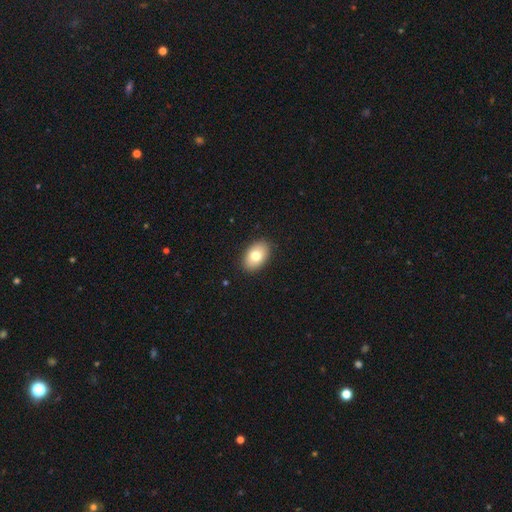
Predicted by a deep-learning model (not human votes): A smooth galaxy with no disk features (77%) that is in between round and cigar-shaped (89%).

Vote fractions:
- Smooth or featured? smooth: 77% / featured or disk: 15% / star or artifact: 7%
- How rounded? in between: 89% / round: 9% / cigar-shaped: 1%
- Merging? none: 89% / minor disturbance: 8% / major disturbance: 2% / merger: 1%